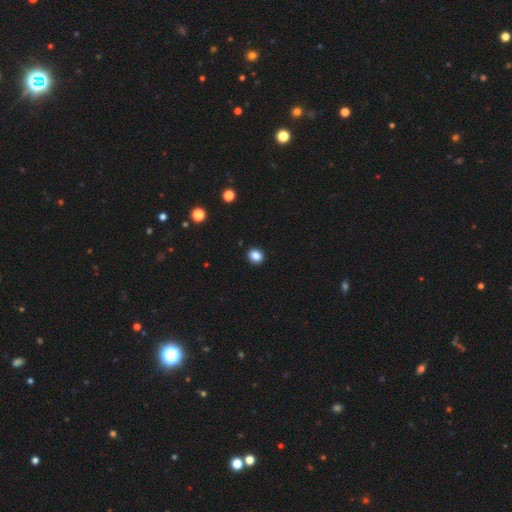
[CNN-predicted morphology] A smooth galaxy with no disk features (86%) that is round (68%). Merging: none (91%).